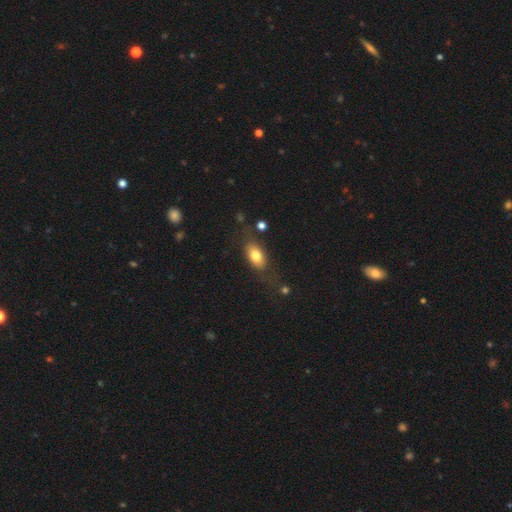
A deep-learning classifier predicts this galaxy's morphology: Q: Smooth or featured?
A: smooth (76%); runner-up: featured or disk (16%)
Q: How rounded?
A: in between (86%); runner-up: round (8%)
Q: Merging?
A: none (68%); runner-up: minor disturbance (19%)